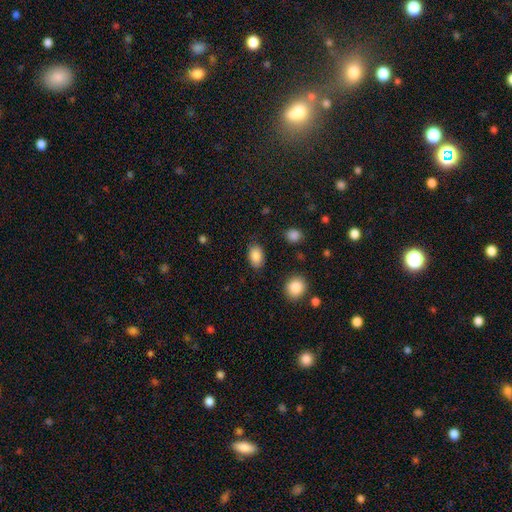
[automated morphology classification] This is clearly a smooth galaxy (87%). How rounded: clearly in between (83%). Merging: clearly none (82%).